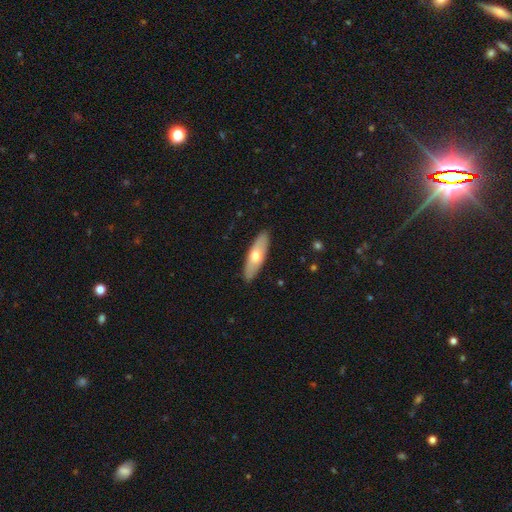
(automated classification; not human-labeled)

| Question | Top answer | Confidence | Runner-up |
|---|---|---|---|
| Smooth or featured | smooth | 55% | featured or disk (39%) |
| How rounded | cigar-shaped | 51% | in between (47%) |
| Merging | none | 90% | minor disturbance (8%) |